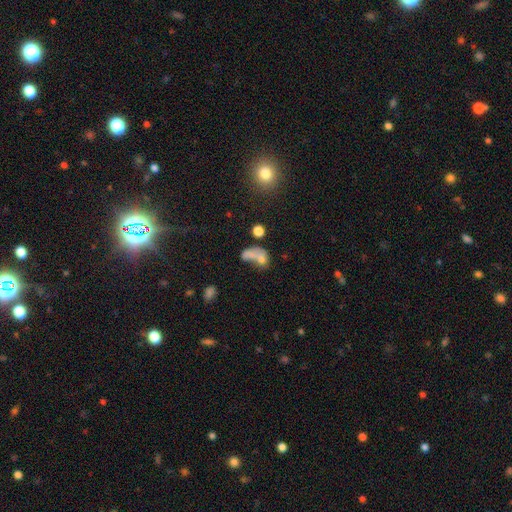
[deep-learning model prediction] Smooth or featured?
  - smooth: 60% *
  - featured or disk: 23%
  - star or artifact: 17%
How rounded?
  - in between: 72% *
  - round: 23%
  - cigar-shaped: 5%
Merging?
  - merger: 47% *
  - none: 21%
  - major disturbance: 20%
  - minor disturbance: 12%